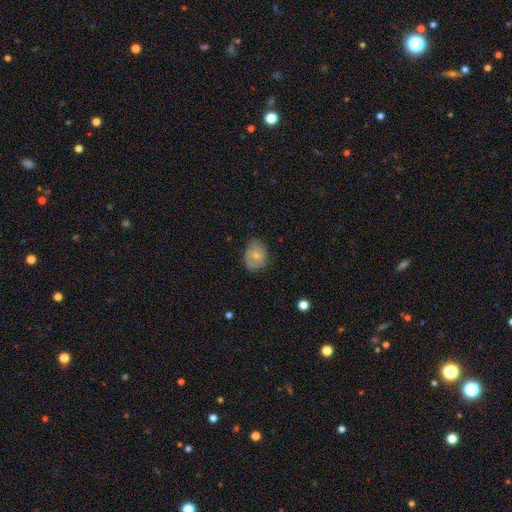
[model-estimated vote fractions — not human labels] Overall: smooth (68%). How rounded: round (54%; in between 45%). Merging: none (66%).